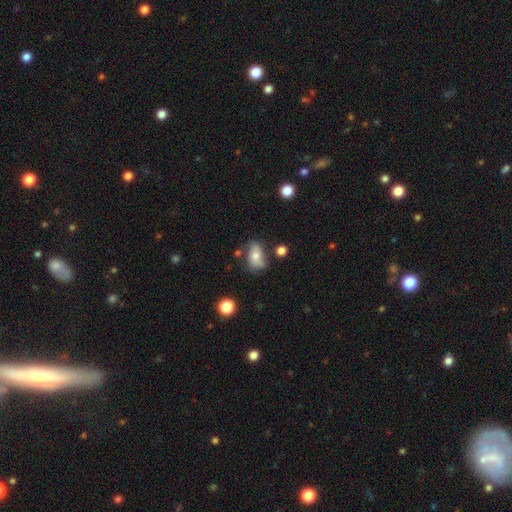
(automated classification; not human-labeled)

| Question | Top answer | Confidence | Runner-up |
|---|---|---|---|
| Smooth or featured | smooth | 64% | featured or disk (26%) |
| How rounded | in between | 82% | round (16%) |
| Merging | none | 58% | minor disturbance (27%) |